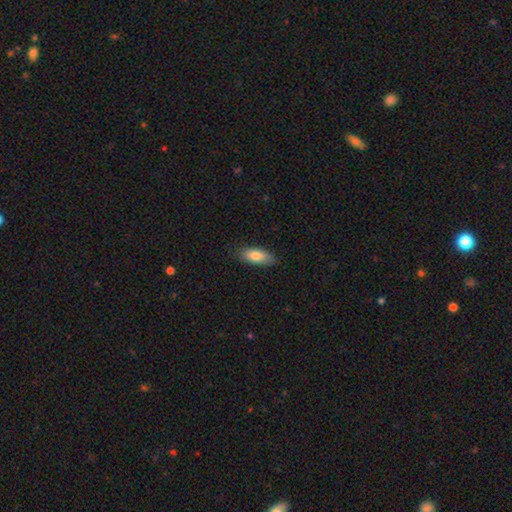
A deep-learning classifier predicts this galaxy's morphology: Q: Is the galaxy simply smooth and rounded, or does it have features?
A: smooth — 82%.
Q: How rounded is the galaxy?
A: in between — 79%.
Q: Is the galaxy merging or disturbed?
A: none — 82%.